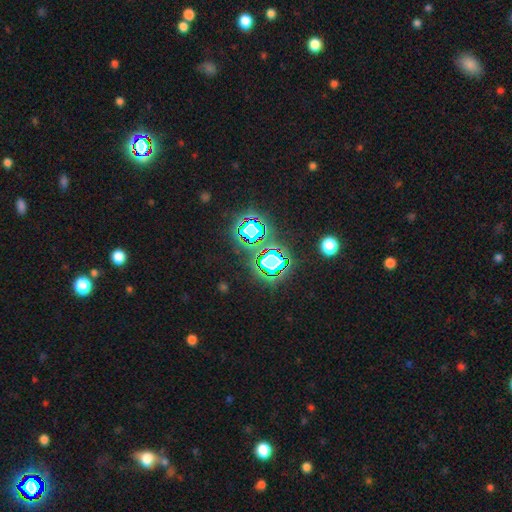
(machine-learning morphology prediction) The model was most divided on "smooth or featured": star or artifact: 81%, smooth: 12%, featured or disk: 7%.